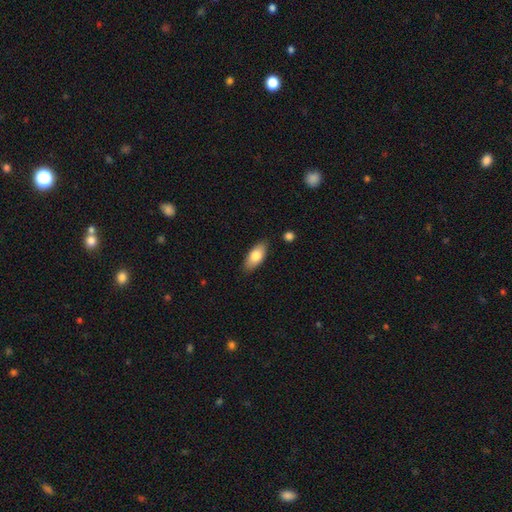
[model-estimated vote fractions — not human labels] Smooth or featured?
  - smooth: 78% *
  - featured or disk: 15%
  - star or artifact: 6%
How rounded?
  - in between: 86% *
  - cigar-shaped: 11%
  - round: 3%
Merging?
  - none: 85% *
  - minor disturbance: 11%
  - major disturbance: 2%
  - merger: 2%